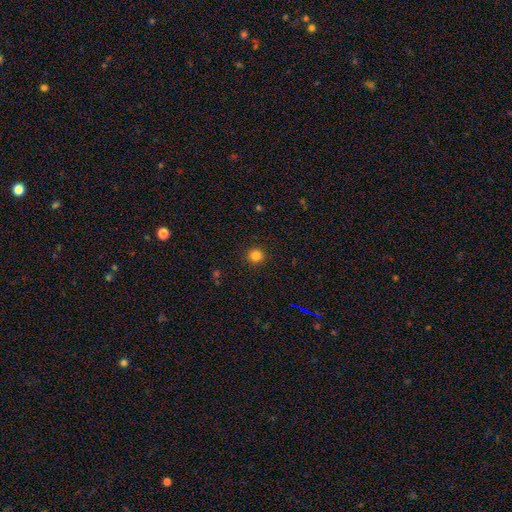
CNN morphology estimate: smooth 83%, star or artifact 13%, featured or disk 4%. Down the decision tree: how rounded — round (93%); merging — none (92%).